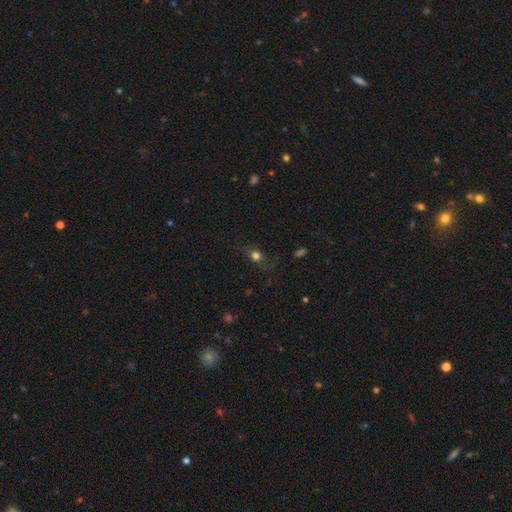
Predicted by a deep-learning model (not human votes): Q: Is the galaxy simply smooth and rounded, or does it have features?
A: smooth — 69%.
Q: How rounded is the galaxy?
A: round — 60%.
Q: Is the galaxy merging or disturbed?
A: none — 74%.